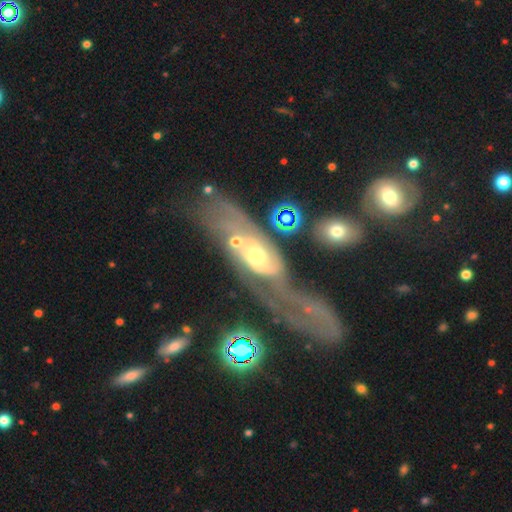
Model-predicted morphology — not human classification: Overall: featured or disk (76%). Edge-on disk: no (83%). Bar: no (67%). Spiral arms: yes (77%). Bulge size: moderate (57%; small 31%). Merging: none (31%; major disturbance 28%).